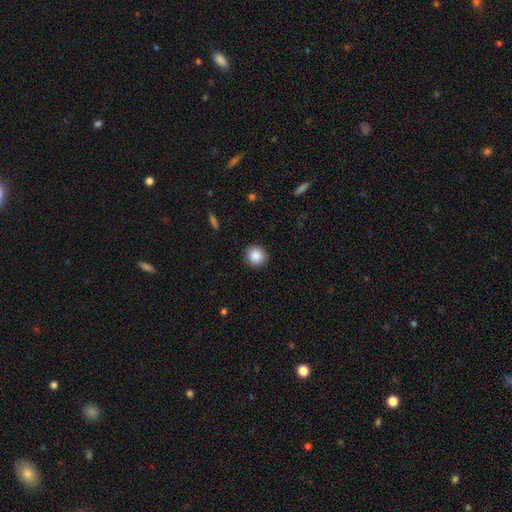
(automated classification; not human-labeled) Smooth or featured? Predicted: smooth (p=0.88). How rounded? Predicted: round (p=0.94). Merging? Predicted: none (p=0.92).